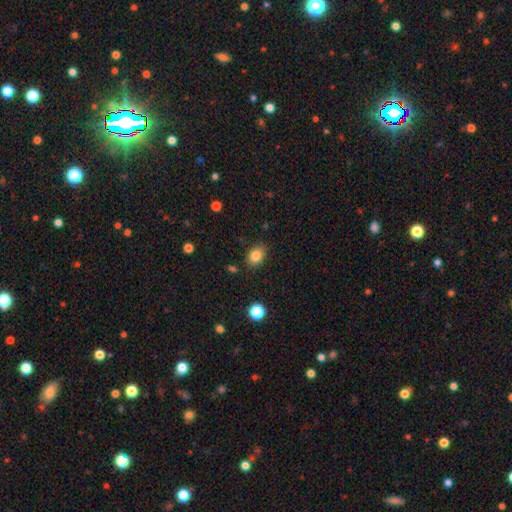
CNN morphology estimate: Smooth or featured?
  - smooth: 83% *
  - star or artifact: 10%
  - featured or disk: 6%
How rounded?
  - in between: 62% *
  - round: 37%
  - cigar-shaped: 1%
Merging?
  - none: 83% *
  - minor disturbance: 12%
  - major disturbance: 3%
  - merger: 2%